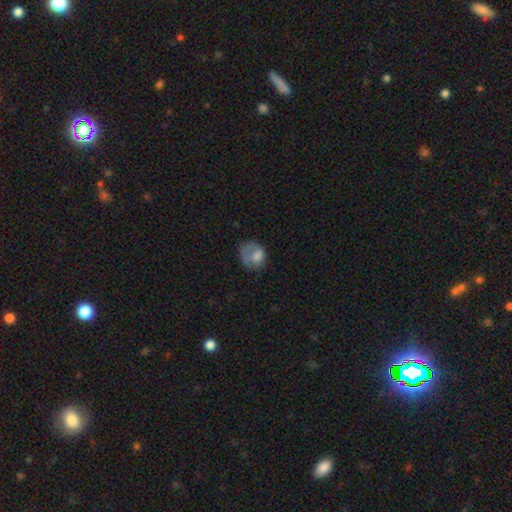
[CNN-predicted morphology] A smooth galaxy with no disk features (67%) that is round (50%).

Vote fractions:
- Smooth or featured? smooth: 67% / featured or disk: 23% / star or artifact: 9%
- How rounded? round: 50% / in between: 49% / cigar-shaped: 1%
- Merging? major disturbance: 35% / none: 34% / minor disturbance: 28% / merger: 3%